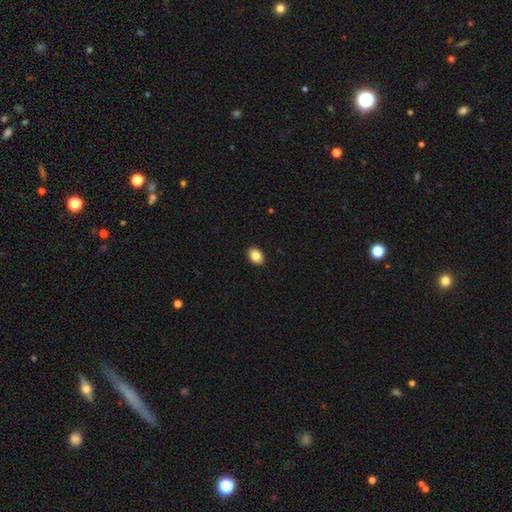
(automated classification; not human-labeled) Q: Smooth or featured?
A: smooth (86%); runner-up: star or artifact (8%)
Q: How rounded?
A: in between (79%); runner-up: round (20%)
Q: Merging?
A: none (91%); runner-up: minor disturbance (6%)